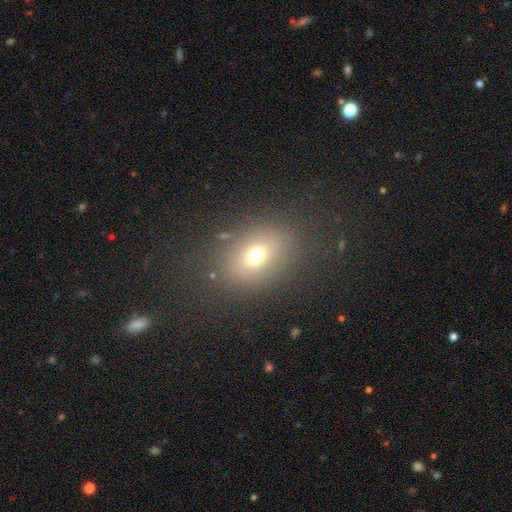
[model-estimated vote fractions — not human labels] Smooth or featured?
  - smooth: 69% *
  - star or artifact: 18%
  - featured or disk: 14%
How rounded?
  - in between: 61% *
  - round: 38%
  - cigar-shaped: 2%
Merging?
  - none: 81% *
  - minor disturbance: 10%
  - major disturbance: 7%
  - merger: 2%